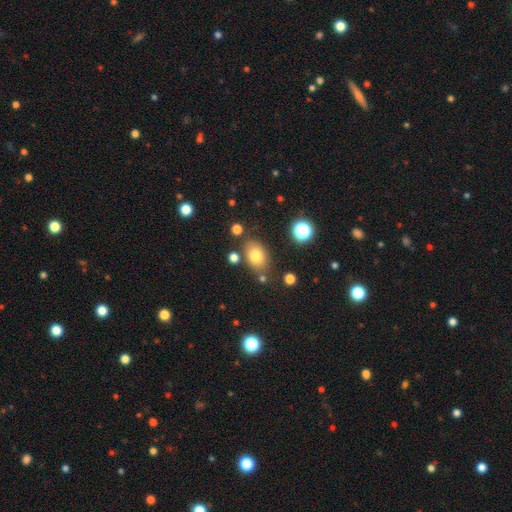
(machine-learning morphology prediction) The model was most divided on "how rounded": in between: 76%, round: 22%, cigar-shaped: 1%. More confident: smooth or featured — smooth (77%); merging — none (75%).